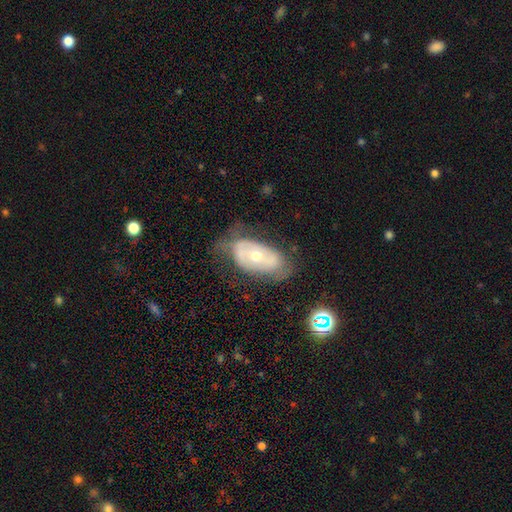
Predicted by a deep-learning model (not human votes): The model was most divided on "spiral arms": no: 57%, yes: 43%. More confident: edge-on disk — no (90%); bar — no (72%); smooth or featured — featured or disk (61%); bulge size — moderate (58%); merging — none (51%).